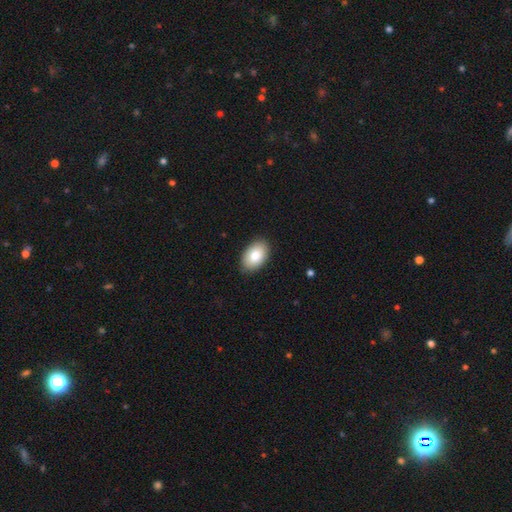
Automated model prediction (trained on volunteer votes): A smooth galaxy with no disk features (82%) that is in between round and cigar-shaped (92%).

Vote fractions:
- Smooth or featured? smooth: 82% / featured or disk: 12% / star or artifact: 7%
- How rounded? in between: 92% / round: 7% / cigar-shaped: 1%
- Merging? none: 87% / minor disturbance: 10% / major disturbance: 2% / merger: 1%